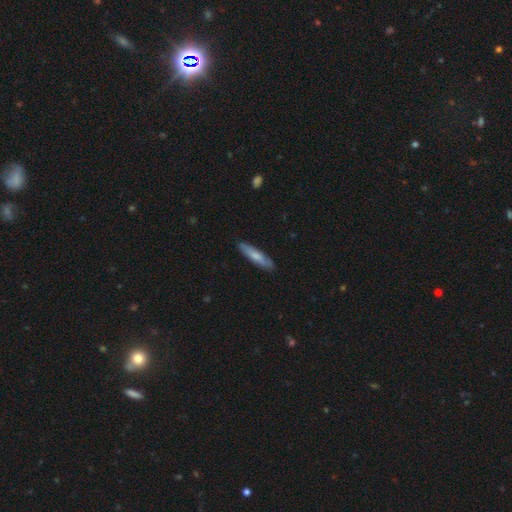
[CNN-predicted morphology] Smooth or featured? smooth (69%)
How rounded? cigar-shaped (80%)
Merging? none (87%)